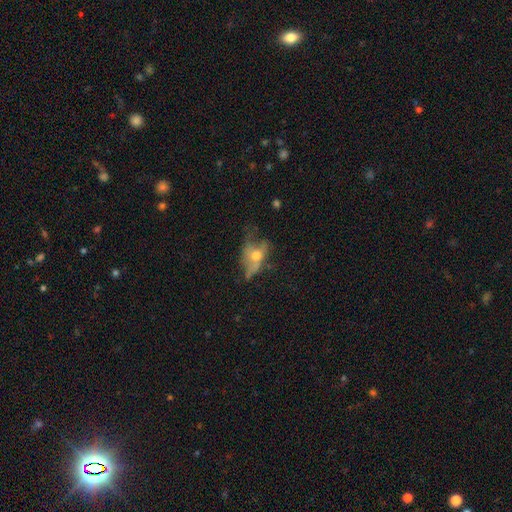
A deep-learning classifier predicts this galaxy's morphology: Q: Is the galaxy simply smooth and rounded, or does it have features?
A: featured or disk — 45%.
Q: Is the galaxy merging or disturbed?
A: major disturbance — 41%.